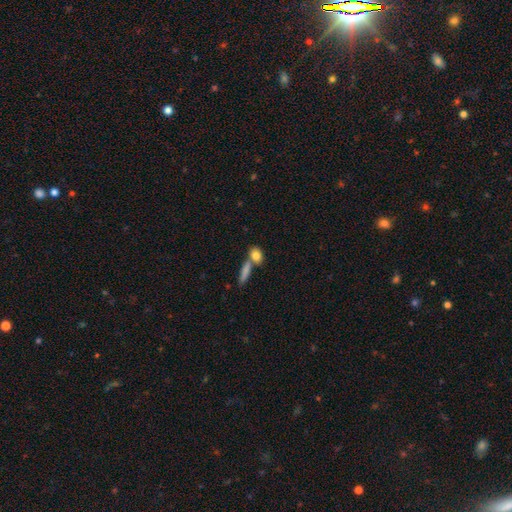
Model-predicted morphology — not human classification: Smooth or featured?
  - smooth: 81% *
  - featured or disk: 11%
  - star or artifact: 8%
How rounded?
  - in between: 58% *
  - round: 28%
  - cigar-shaped: 14%
Merging?
  - none: 52% *
  - merger: 33%
  - minor disturbance: 10%
  - major disturbance: 4%